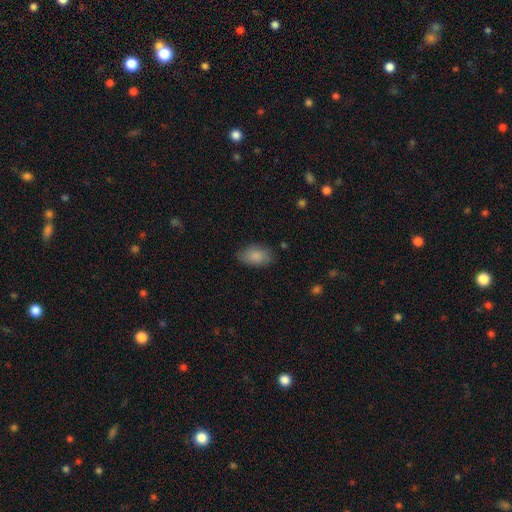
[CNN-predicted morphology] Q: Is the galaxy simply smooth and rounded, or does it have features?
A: smooth — 87%.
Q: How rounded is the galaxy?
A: in between — 92%.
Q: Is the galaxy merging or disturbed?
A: none — 81%.